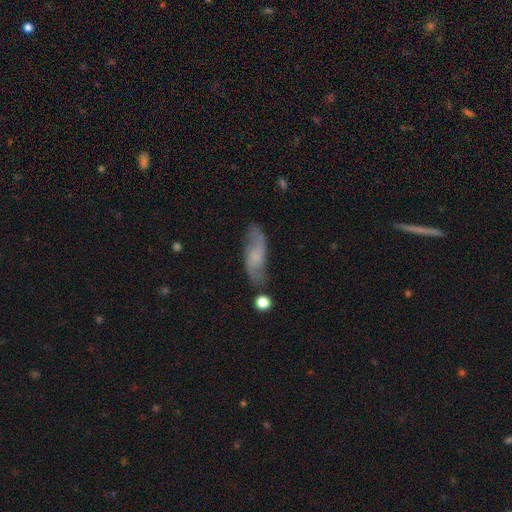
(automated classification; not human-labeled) Smooth or featured? Predicted: featured or disk (p=0.67). Edge-on disk? Predicted: no (p=0.88). Bar? Predicted: no (p=0.58). Spiral arms? Predicted: yes (p=0.92). Spiral winding? Predicted: loose (p=0.58). Spiral arm count? Predicted: 2 (p=0.89). Bulge size? Predicted: small (p=0.47). Merging? Predicted: none (p=0.74).